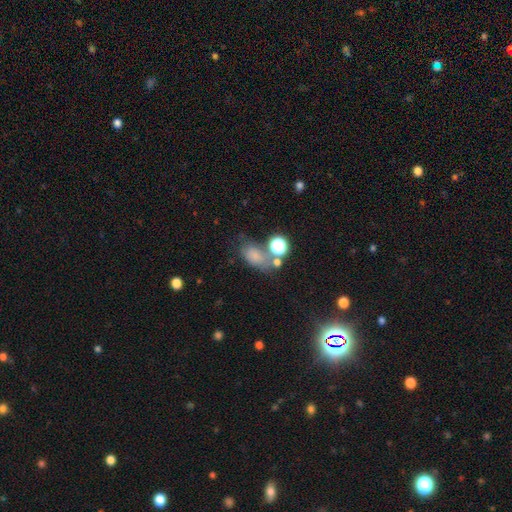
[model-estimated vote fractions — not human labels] The model was most divided on "merging": none: 43%, minor disturbance: 21%, merger: 19%, major disturbance: 16%. More confident: how rounded — in between (76%); smooth or featured — smooth (66%).